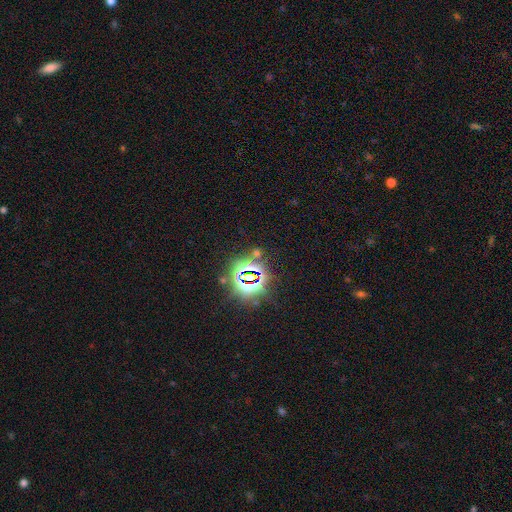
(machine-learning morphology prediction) The model was most divided on "smooth or featured": star or artifact: 80%, smooth: 12%, featured or disk: 8%.